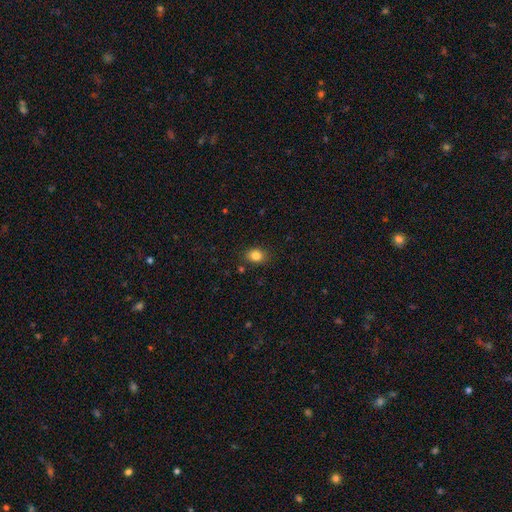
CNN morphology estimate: This appears to be a smooth galaxy with no disk features (84%) that is in between round and cigar-shaped (59%). Merging: none (85%).